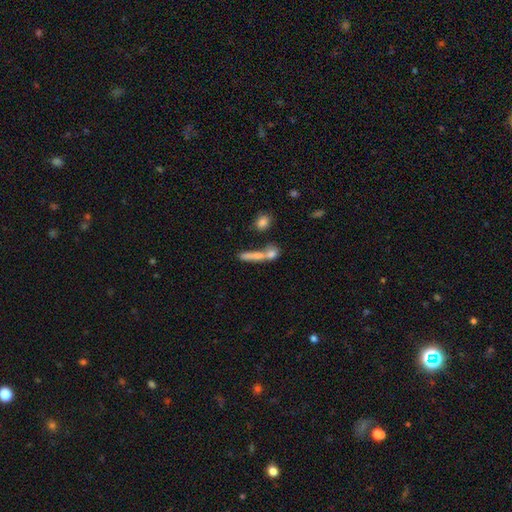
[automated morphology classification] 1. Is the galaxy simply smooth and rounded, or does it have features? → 66% smooth, 23% featured or disk, 11% star or artifact.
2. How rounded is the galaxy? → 71% cigar-shaped, 20% in between, 9% round.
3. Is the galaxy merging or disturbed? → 45% none, 38% merger, 10% minor disturbance, 6% major disturbance.